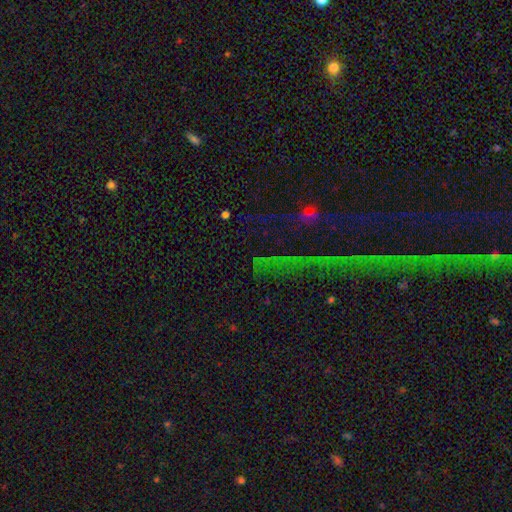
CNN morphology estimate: star or artifact 74%, smooth 14%, featured or disk 12%.